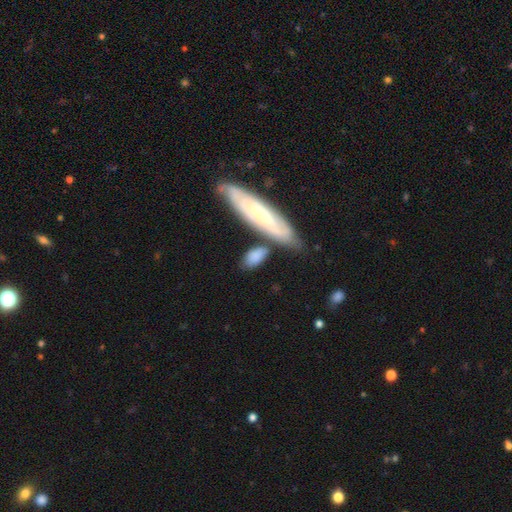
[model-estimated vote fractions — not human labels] This appears to be a smooth galaxy with no disk features (74%) that is in between round and cigar-shaped (70%). Merging: none (56%).